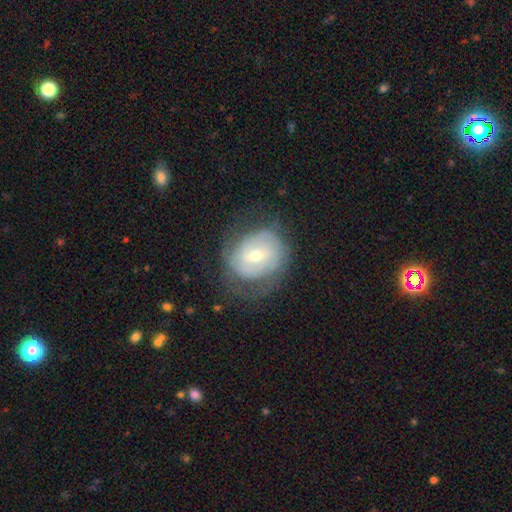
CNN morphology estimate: Overall: featured or disk (67%). Edge-on disk: no (97%). Bar: no (47%; weak 41%). Spiral arms: yes (77%). Bulge size: moderate (49%; small 47%). Merging: none (61%; minor disturbance 23%).